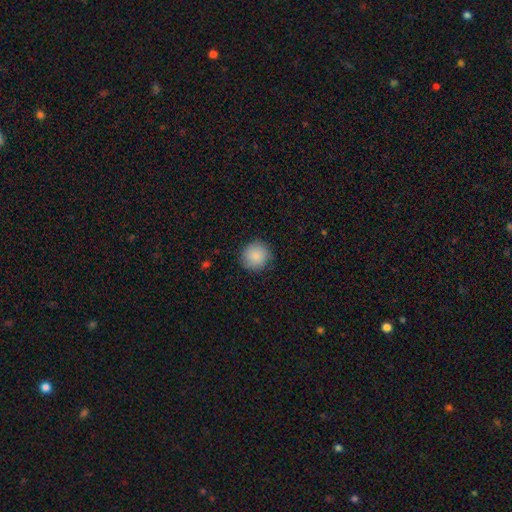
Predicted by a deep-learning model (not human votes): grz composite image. It shows a smooth galaxy with no disk features (86%) that is round (94%). Merging: none (87%).